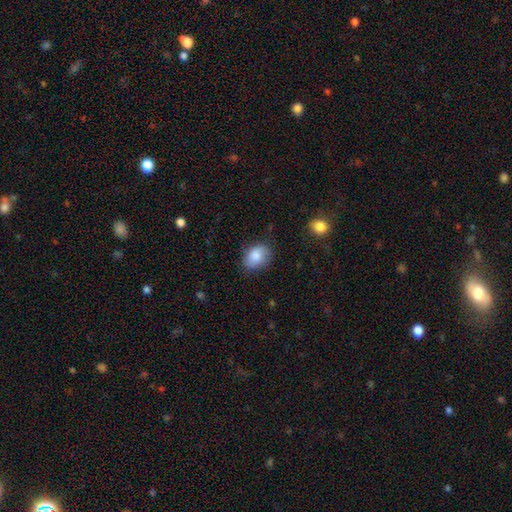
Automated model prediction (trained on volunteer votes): Smooth or featured?
  - smooth: 82% *
  - featured or disk: 10%
  - star or artifact: 7%
How rounded?
  - in between: 71% *
  - round: 28%
  - cigar-shaped: 1%
Merging?
  - none: 76% *
  - minor disturbance: 18%
  - major disturbance: 4%
  - merger: 1%